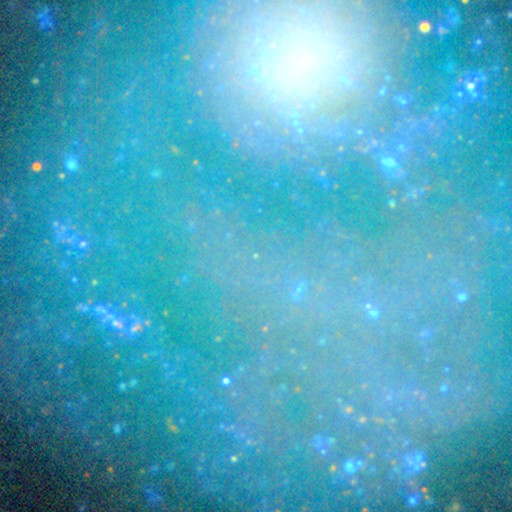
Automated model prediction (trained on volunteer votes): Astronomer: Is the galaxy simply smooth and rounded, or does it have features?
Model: star or artifact — 72%.